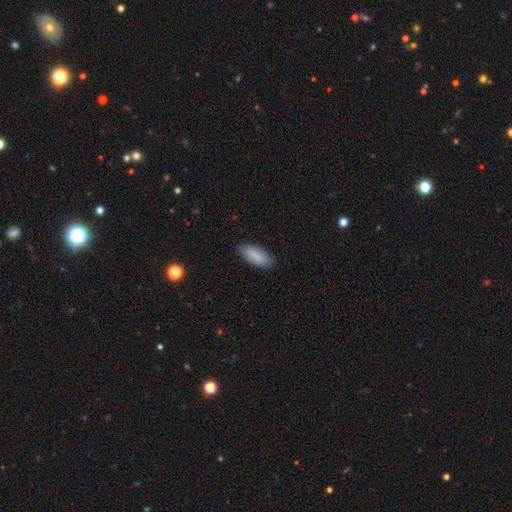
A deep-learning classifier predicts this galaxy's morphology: This is clearly a smooth galaxy (84%). How rounded: clearly in between (82%). Merging: likely none (79%).